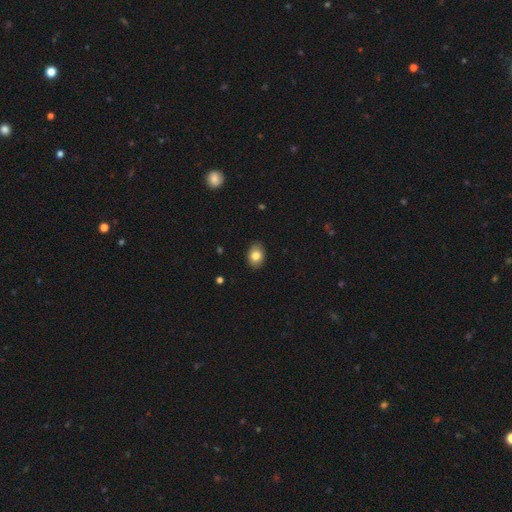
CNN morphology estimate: Smooth or featured? smooth (82%)
How rounded? in between (73%)
Merging? none (88%)